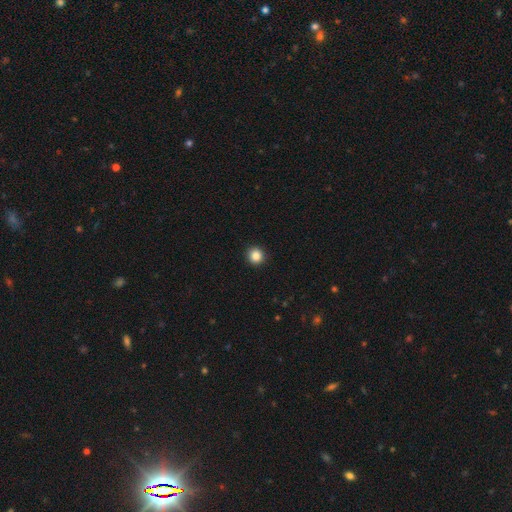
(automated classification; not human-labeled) Smooth or featured? smooth (86%)
How rounded? round (93%)
Merging? none (93%)